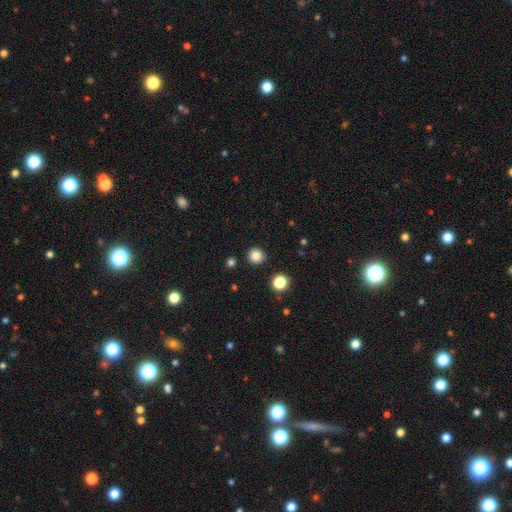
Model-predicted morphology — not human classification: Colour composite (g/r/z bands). It shows a smooth galaxy with no disk features (84%) that is round (94%). Merging: none (90%).